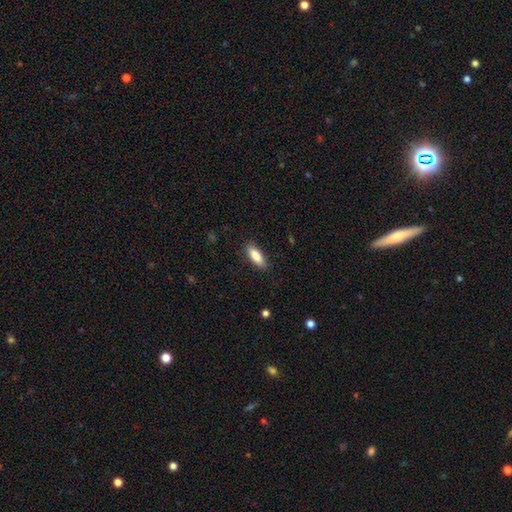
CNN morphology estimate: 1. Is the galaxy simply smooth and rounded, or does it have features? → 85% smooth, 9% featured or disk, 6% star or artifact.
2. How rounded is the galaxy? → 69% in between, 29% cigar-shaped, 2% round.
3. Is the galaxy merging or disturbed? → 85% none, 11% minor disturbance, 3% major disturbance, 1% merger.